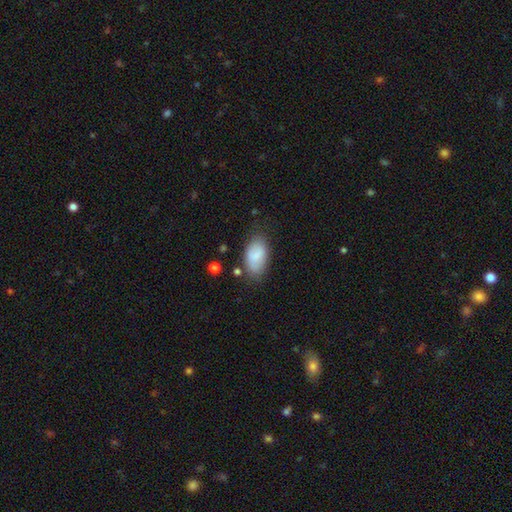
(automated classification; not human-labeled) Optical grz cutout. It shows a smooth galaxy with no disk features (81%) that is in between round and cigar-shaped (94%). Merging: none (69%).